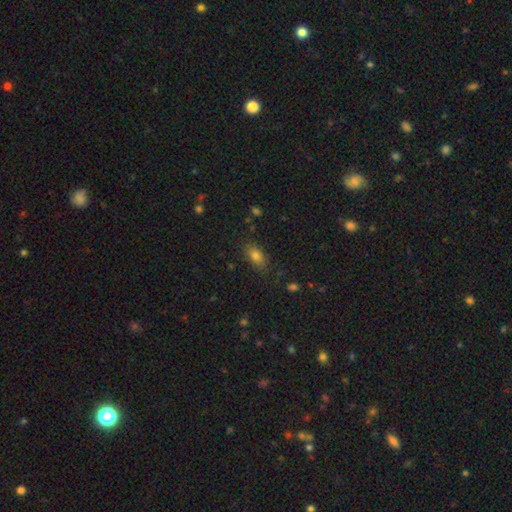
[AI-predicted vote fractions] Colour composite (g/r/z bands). It shows a smooth galaxy with no disk features (79%) that is in between round and cigar-shaped (84%). Merging: none (80%).